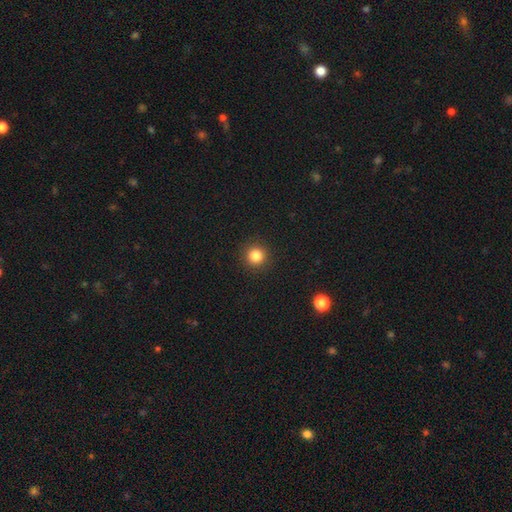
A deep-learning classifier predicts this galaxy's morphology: Smooth or featured? smooth (83%)
How rounded? round (95%)
Merging? none (92%)